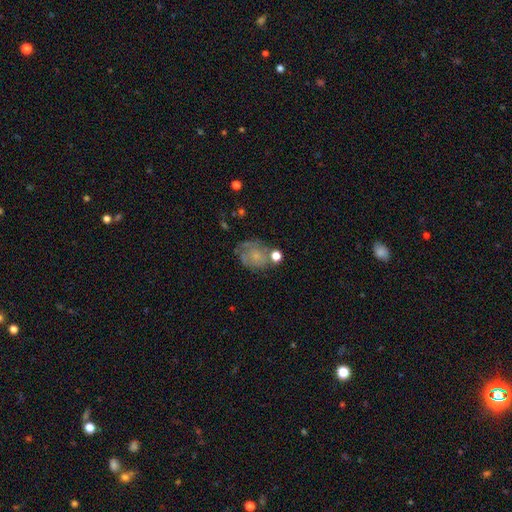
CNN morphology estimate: A smooth galaxy with no disk features (48%).

Vote fractions:
- Smooth or featured? smooth: 48% / featured or disk: 41% / star or artifact: 12%
- Merging? none: 48% / minor disturbance: 24% / major disturbance: 17% / merger: 11%